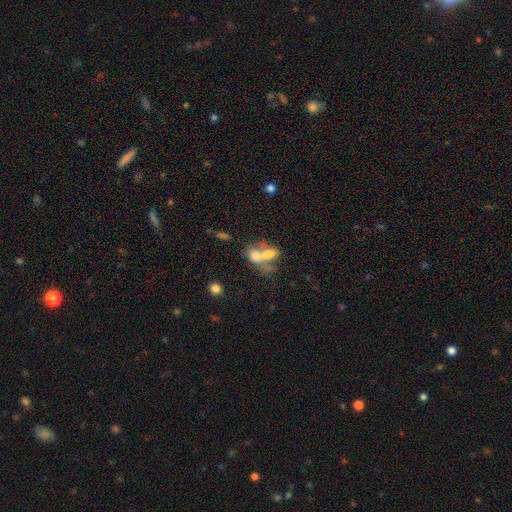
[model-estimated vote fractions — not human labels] smooth-or-featured: smooth: 66% | featured or disk: 23% | star or artifact: 11%
  how-rounded: in between: 73% | round: 24% | cigar-shaped: 3%
  merging: merger: 72% | none: 16% | major disturbance: 6% | minor disturbance: 6%